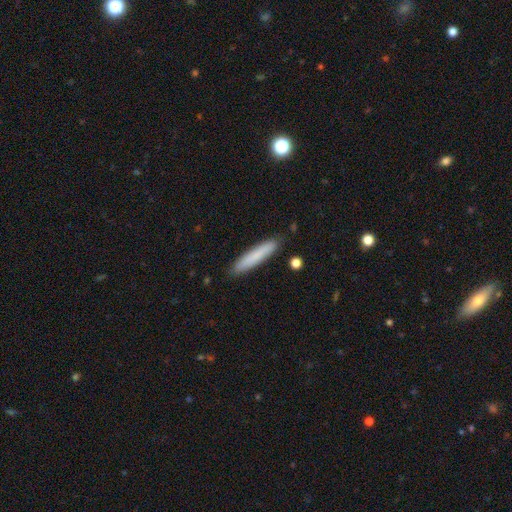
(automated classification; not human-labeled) smooth 79%, featured or disk 15%, star or artifact 6%. Down the decision tree: how rounded — cigar-shaped (91%); merging — none (89%).